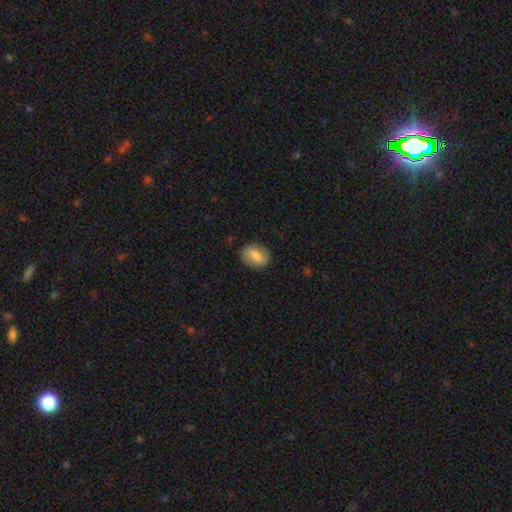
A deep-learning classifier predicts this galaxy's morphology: This is likely a smooth galaxy (75%). How rounded: possibly in between (50%). Merging: clearly none (84%).